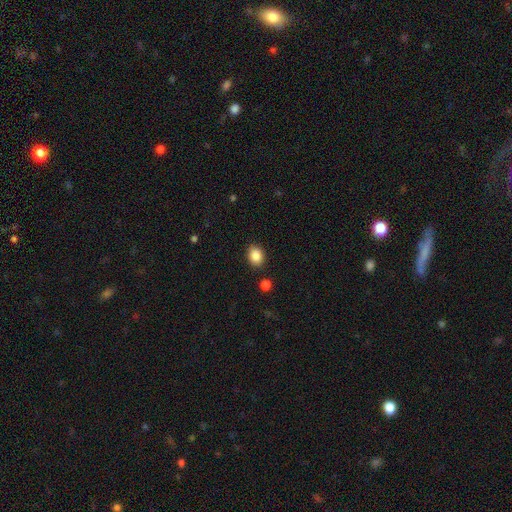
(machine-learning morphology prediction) Smooth or featured? Predicted: smooth (p=0.86). How rounded? Predicted: in between (p=0.55). Merging? Predicted: none (p=0.88).